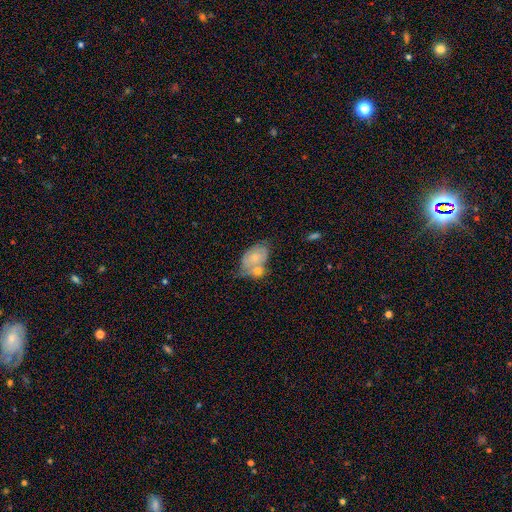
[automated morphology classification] type=smooth (57%); roundness=in between (85%); merging=merger (44%).